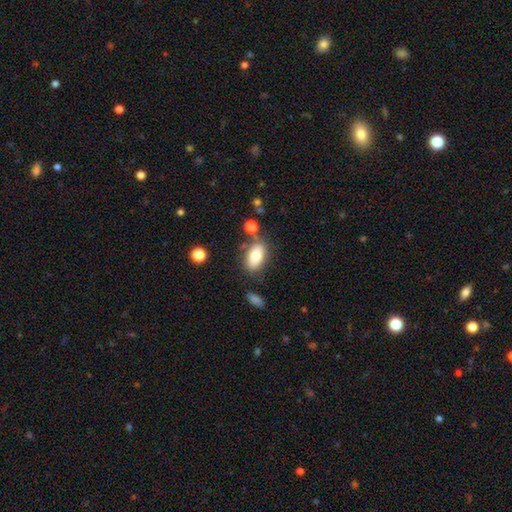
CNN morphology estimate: A smooth galaxy with no disk features (79%) that is in between round and cigar-shaped (91%). Merging: none (71%).